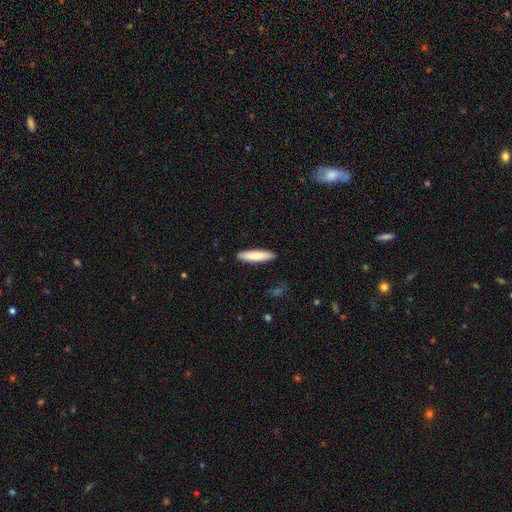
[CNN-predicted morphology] This is clearly a smooth galaxy (85%). How rounded: clearly cigar-shaped (81%). Merging: clearly none (91%).